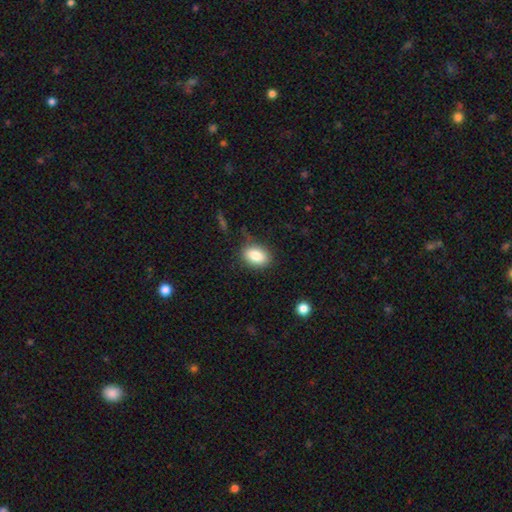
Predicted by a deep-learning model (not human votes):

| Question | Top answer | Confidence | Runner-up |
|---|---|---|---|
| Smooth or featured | smooth | 84% | star or artifact (8%) |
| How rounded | in between | 81% | round (17%) |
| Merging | none | 78% | minor disturbance (15%) |